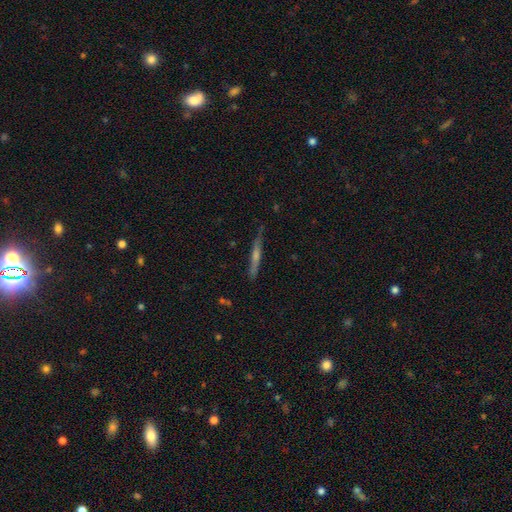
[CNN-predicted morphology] featured or disk 61%, smooth 25%, star or artifact 14%. Down the decision tree: edge-on disk — yes (92%); edge-on bulge — rounded (76%); merging — none (84%).